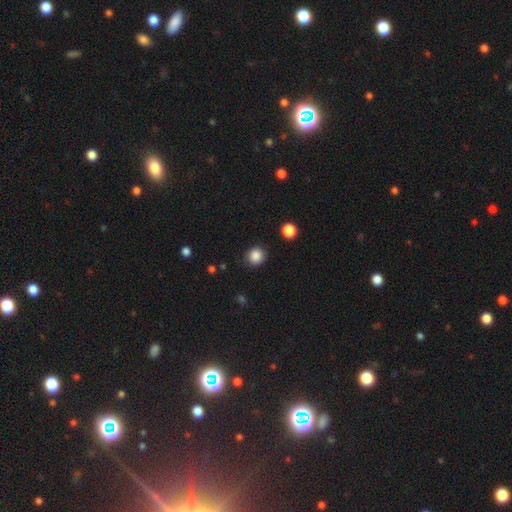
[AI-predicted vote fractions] Q: Smooth or featured?
A: smooth (86%); runner-up: star or artifact (10%)
Q: How rounded?
A: round (89%); runner-up: in between (10%)
Q: Merging?
A: none (86%); runner-up: minor disturbance (9%)